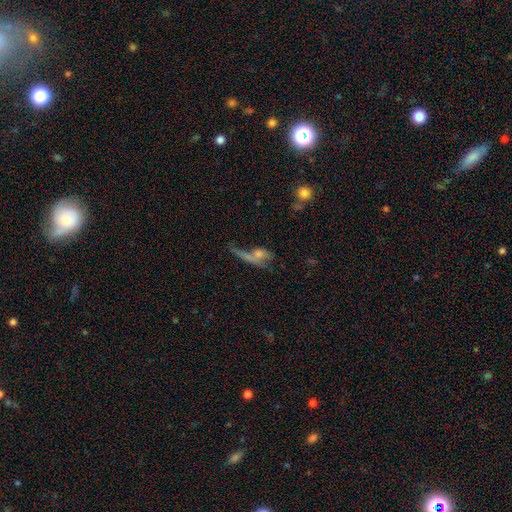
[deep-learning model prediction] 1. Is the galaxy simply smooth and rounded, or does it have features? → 48% smooth, 38% featured or disk, 15% star or artifact.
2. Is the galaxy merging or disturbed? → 33% merger, 31% major disturbance, 23% none, 13% minor disturbance.